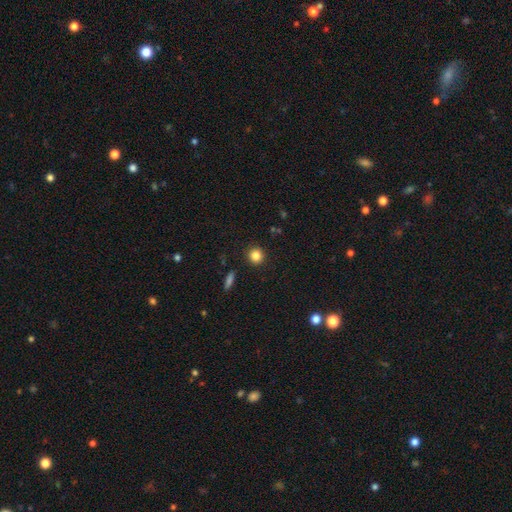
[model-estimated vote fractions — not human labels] A smooth galaxy with no disk features (84%) that is round (92%). Merging: none (91%).